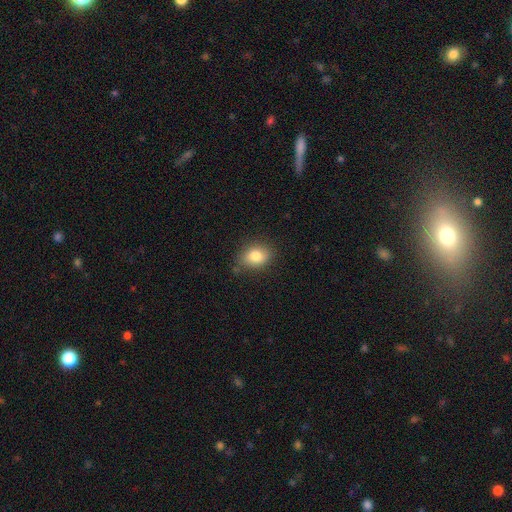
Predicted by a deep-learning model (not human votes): smooth-or-featured: smooth: 82% | featured or disk: 9% | star or artifact: 9%
  how-rounded: in between: 69% | round: 29% | cigar-shaped: 1%
  merging: none: 77% | minor disturbance: 17% | major disturbance: 4% | merger: 2%